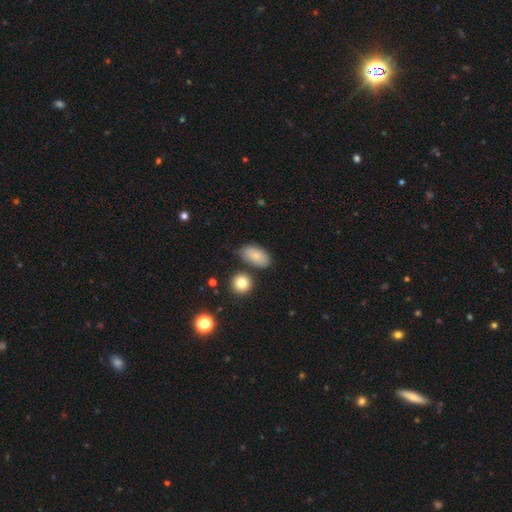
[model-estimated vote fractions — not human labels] Q: Smooth or featured?
A: smooth (83%); runner-up: featured or disk (10%)
Q: How rounded?
A: in between (91%); runner-up: round (6%)
Q: Merging?
A: none (67%); runner-up: minor disturbance (20%)